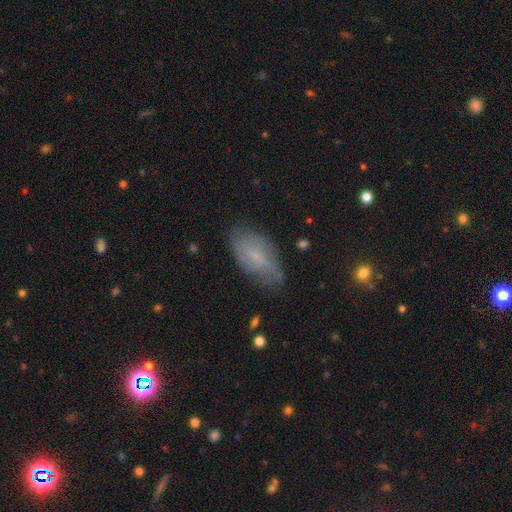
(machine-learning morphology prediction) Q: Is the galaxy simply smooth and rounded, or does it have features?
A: smooth — 57%.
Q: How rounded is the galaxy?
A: in between — 90%.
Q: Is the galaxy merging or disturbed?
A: none — 64%.